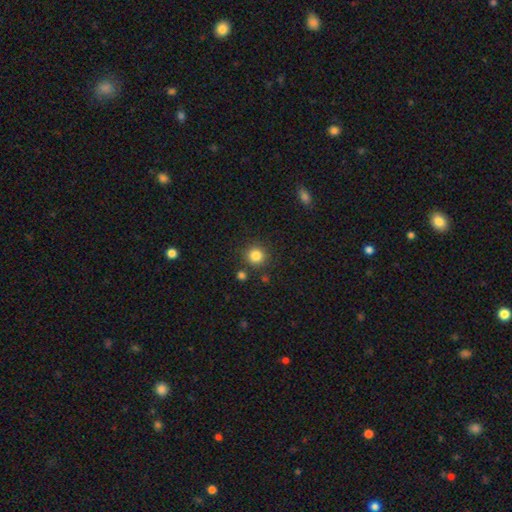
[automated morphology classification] This appears to be a smooth galaxy with no disk features (84%) that is round (93%). Merging: none (86%).